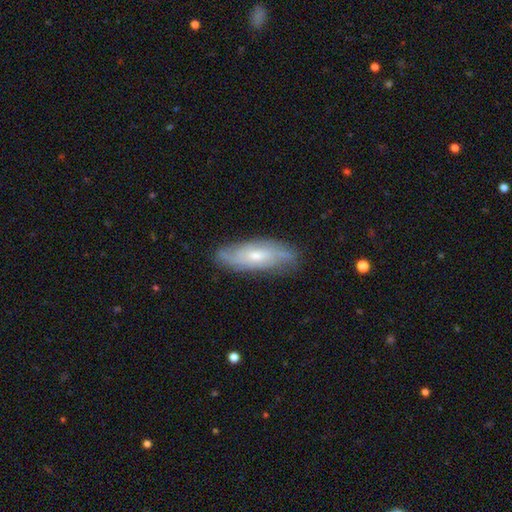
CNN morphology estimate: The model was most divided on "bulge size": small: 52%, moderate: 42%, large: 2%, none: 2%, dominant: 1%. More confident: spiral arms — yes (89%); edge-on disk — no (82%); merging — none (79%); smooth or featured — featured or disk (68%); bar — no (64%).